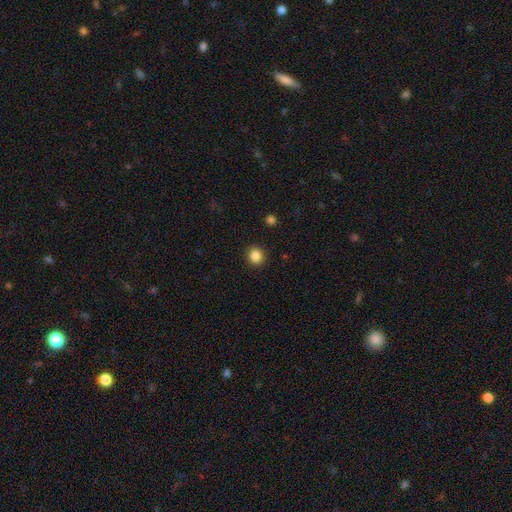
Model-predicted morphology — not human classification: Smooth or featured? smooth (85%)
How rounded? round (85%)
Merging? none (91%)